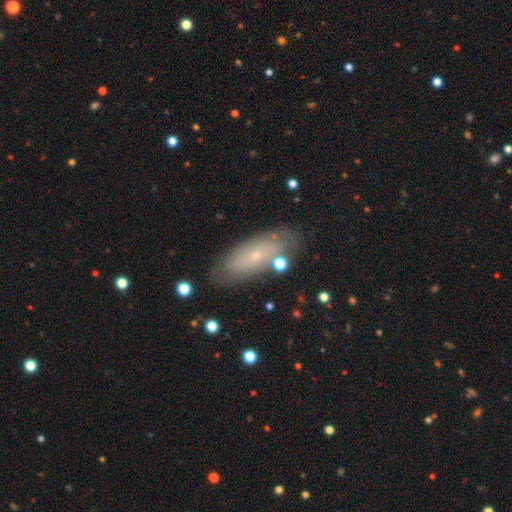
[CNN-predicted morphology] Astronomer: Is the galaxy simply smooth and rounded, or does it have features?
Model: featured or disk — 46%, tied with smooth at 46%.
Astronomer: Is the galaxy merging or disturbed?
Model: none — 77%.